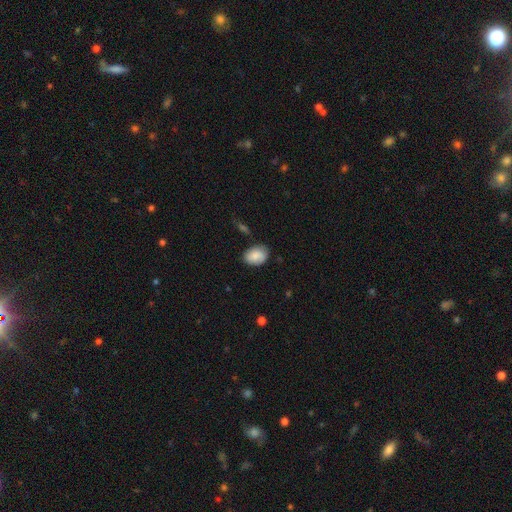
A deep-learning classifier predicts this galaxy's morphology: Smooth or featured? smooth (82%)
How rounded? in between (79%)
Merging? none (71%)